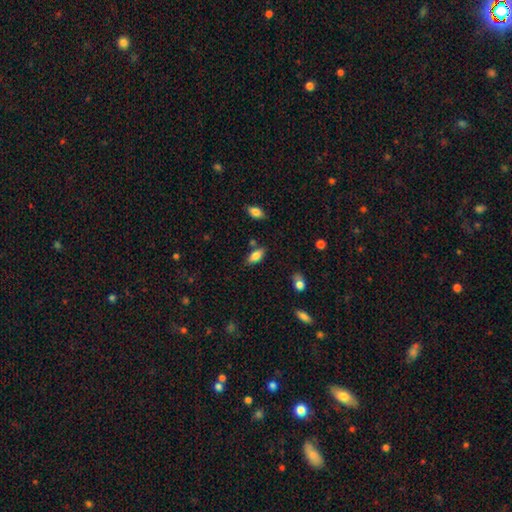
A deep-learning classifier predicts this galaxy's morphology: This appears to be a smooth galaxy with no disk features (82%) that is in between round and cigar-shaped (86%). Merging: none (76%).